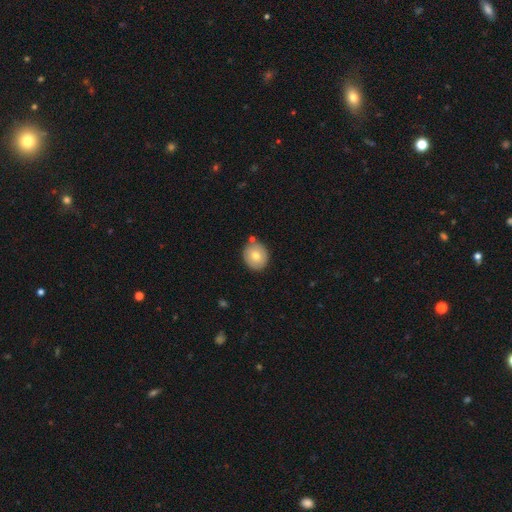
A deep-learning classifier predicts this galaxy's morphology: This is likely a smooth galaxy (74%). How rounded: likely round (77%). Merging: likely none (79%).